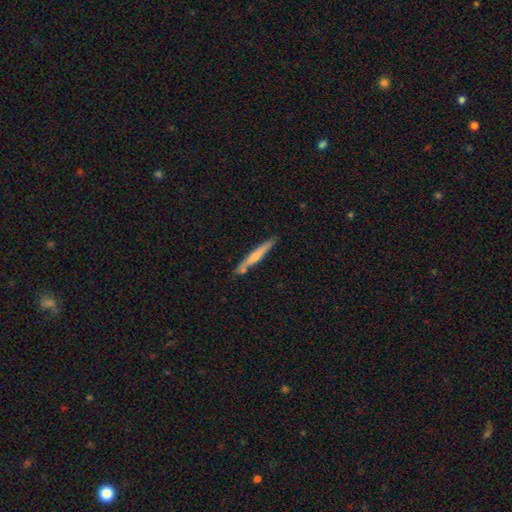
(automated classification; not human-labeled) smooth_or_featured: smooth (p=0.53) [alt: featured or disk p=0.42]
how_rounded: cigar-shaped (p=0.95) [alt: in between p=0.03]
merging: none (p=0.79) [alt: minor disturbance p=0.13]